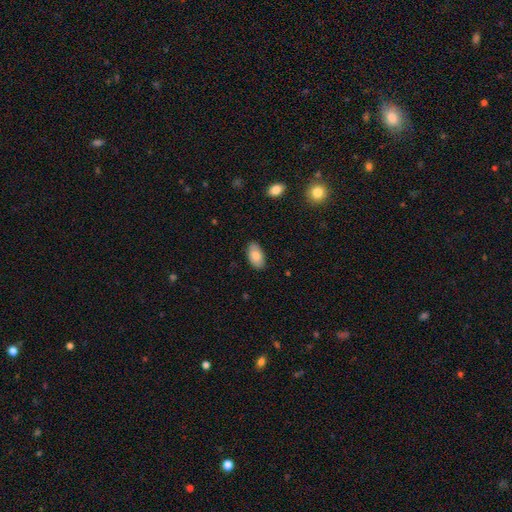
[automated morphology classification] Smooth or featured: smooth — 84% (featured or disk — 10%)
How rounded: in between — 95% (round — 3%)
Merging: none — 85% (minor disturbance — 12%)